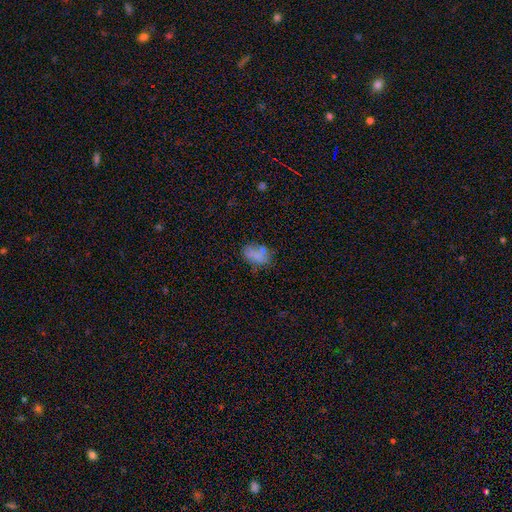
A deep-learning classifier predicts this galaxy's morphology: Smooth or featured? smooth (69%)
How rounded? in between (86%)
Merging? none (54%)